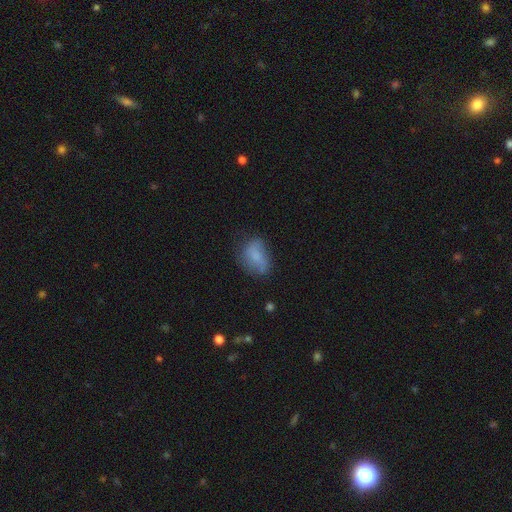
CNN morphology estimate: This appears to be a smooth galaxy with no disk features (66%) that is in between round and cigar-shaped (80%). Merging: none (54%).